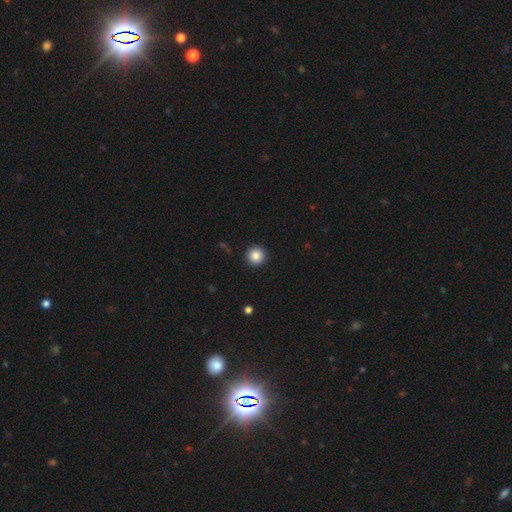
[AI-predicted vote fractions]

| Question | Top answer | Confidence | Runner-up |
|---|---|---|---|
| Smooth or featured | smooth | 86% | star or artifact (10%) |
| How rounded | round | 96% | in between (3%) |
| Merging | none | 93% | minor disturbance (4%) |